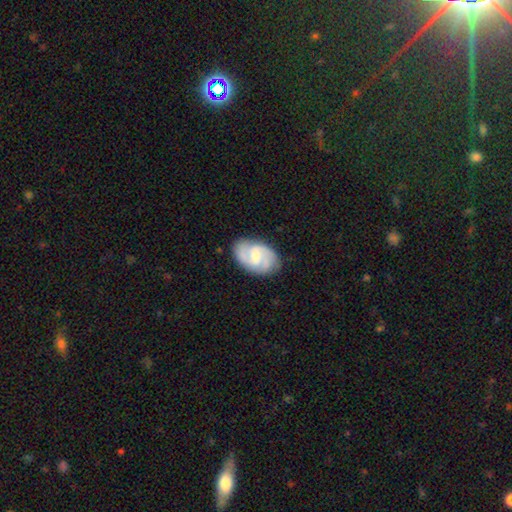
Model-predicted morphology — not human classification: smooth_or_featured: featured or disk (p=0.74) [alt: smooth p=0.21]
disk_edge_on: no (p=0.97) [alt: yes p=0.03]
bar: weak (p=0.60) [alt: no p=0.23]
has_spiral_arms: yes (p=0.92) [alt: no p=0.08]
spiral_winding: medium (p=0.49) [alt: tight p=0.28]
spiral_arm_count: 2 (p=0.76) [alt: can't tell p=0.11]
bulge_size: small (p=0.50) [alt: moderate p=0.42]
merging: none (p=0.80) [alt: minor disturbance p=0.14]